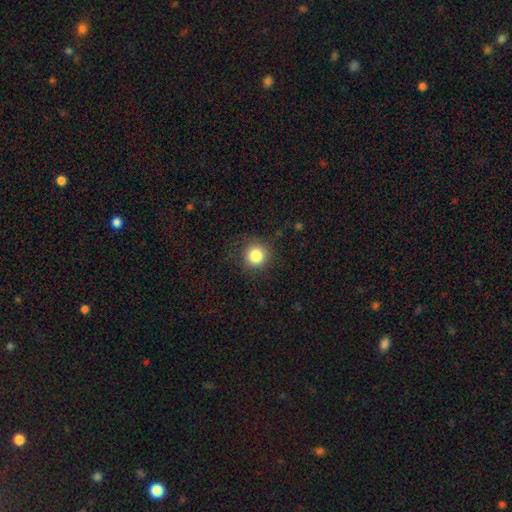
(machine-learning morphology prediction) Q: Smooth or featured?
A: smooth (84%); runner-up: star or artifact (11%)
Q: How rounded?
A: round (94%); runner-up: in between (5%)
Q: Merging?
A: none (88%); runner-up: minor disturbance (8%)